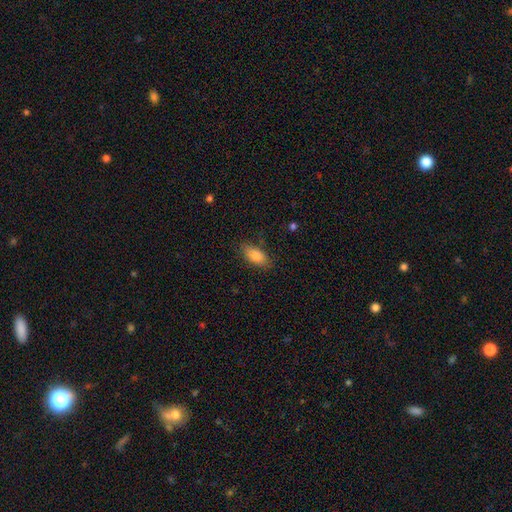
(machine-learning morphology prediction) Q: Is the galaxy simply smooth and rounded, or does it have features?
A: smooth — 86%.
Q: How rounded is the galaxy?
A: in between — 88%.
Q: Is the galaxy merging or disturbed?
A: none — 79%.